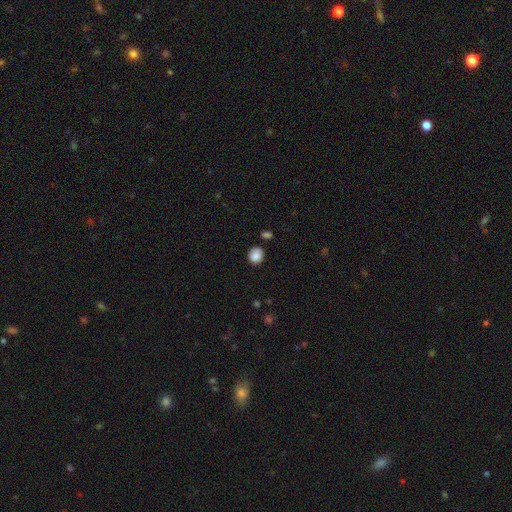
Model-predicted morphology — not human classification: Smooth or featured? Predicted: smooth (p=0.87). How rounded? Predicted: round (p=0.79). Merging? Predicted: none (p=0.82).